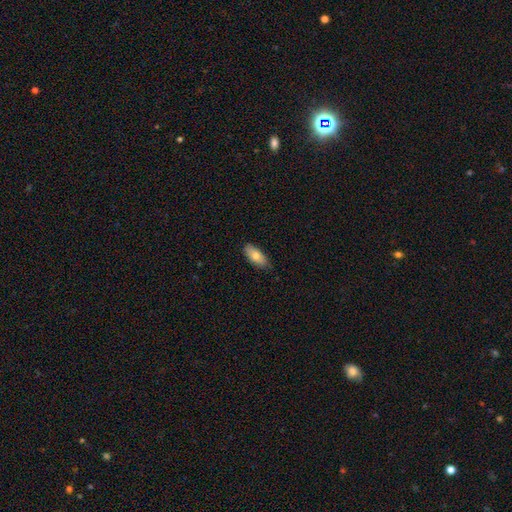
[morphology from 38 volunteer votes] This appears to be a smooth galaxy with no disk features (84%) that is in between round and cigar-shaped (91%). Merging: none (71%).